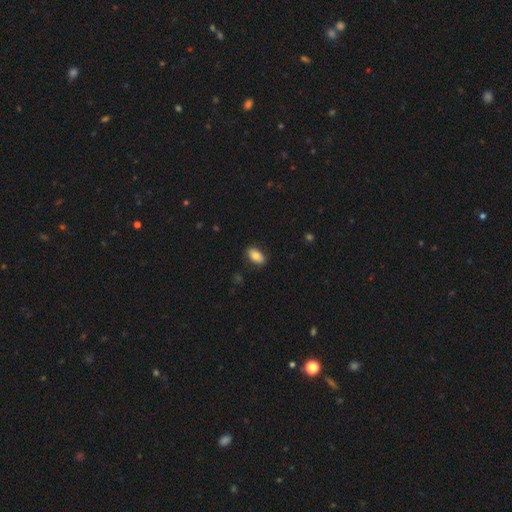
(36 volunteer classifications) This is clearly a smooth galaxy (86%). How rounded: clearly in between (100%). Merging: clearly none (91%).